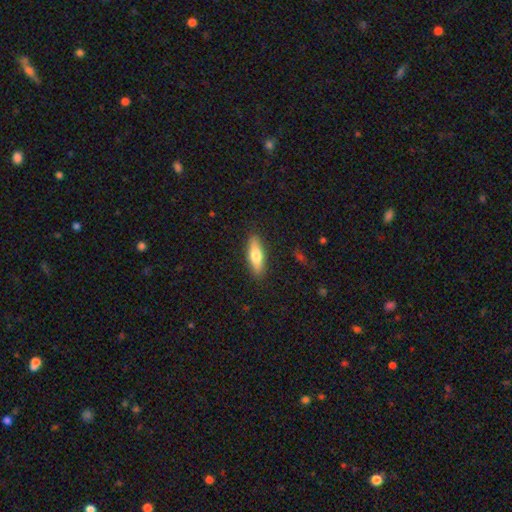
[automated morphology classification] This appears to be a smooth galaxy with no disk features (69%) that is cigar-shaped (52%). Merging: none (88%).